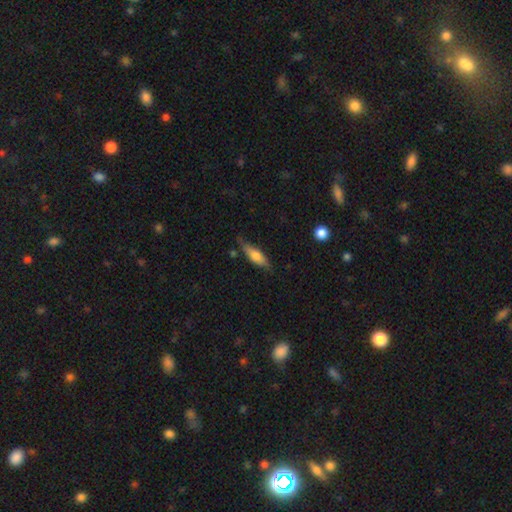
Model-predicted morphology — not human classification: smooth-or-featured: smooth: 61% | featured or disk: 33% | star or artifact: 6%
  how-rounded: cigar-shaped: 54% | in between: 43% | round: 2%
  merging: none: 69% | minor disturbance: 23% | major disturbance: 5% | merger: 3%